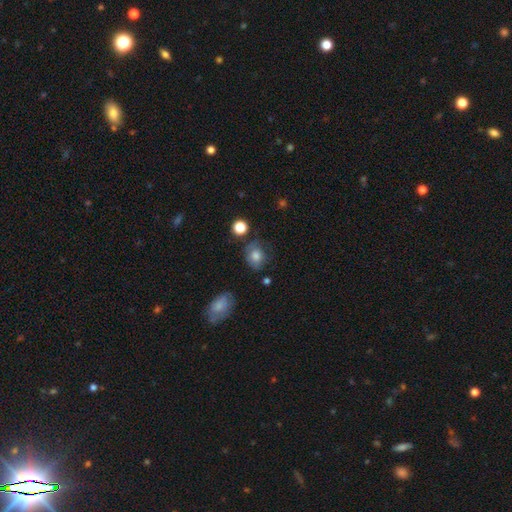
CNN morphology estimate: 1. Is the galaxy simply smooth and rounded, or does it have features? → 75% smooth, 15% featured or disk, 10% star or artifact.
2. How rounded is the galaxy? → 56% round, 43% in between, 1% cigar-shaped.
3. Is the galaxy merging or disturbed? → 58% none, 27% minor disturbance, 11% major disturbance, 4% merger.